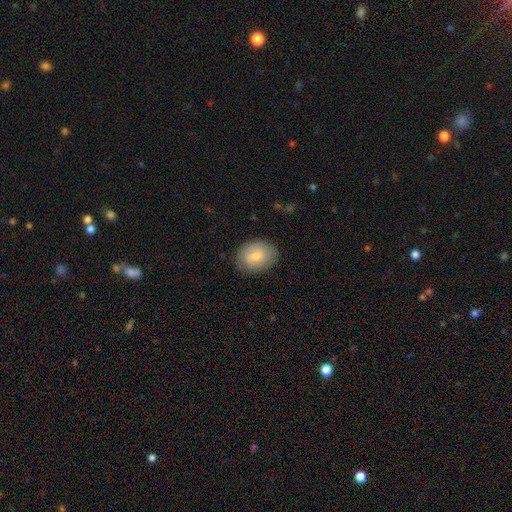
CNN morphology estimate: A smooth galaxy with no disk features (70%) that is in between round and cigar-shaped (60%).

Vote fractions:
- Smooth or featured? smooth: 70% / featured or disk: 24% / star or artifact: 7%
- How rounded? in between: 60% / round: 39% / cigar-shaped: 1%
- Merging? none: 80% / minor disturbance: 15% / major disturbance: 4% / merger: 1%